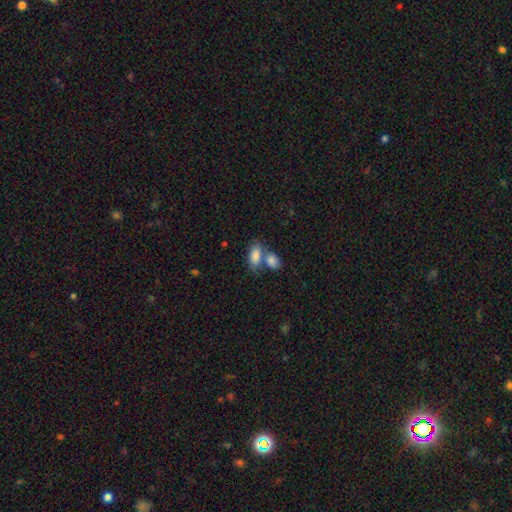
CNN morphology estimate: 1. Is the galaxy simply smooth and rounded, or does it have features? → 82% smooth, 11% featured or disk, 7% star or artifact.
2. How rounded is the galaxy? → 88% in between, 7% cigar-shaped, 5% round.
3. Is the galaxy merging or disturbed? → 47% merger, 39% none, 10% minor disturbance, 4% major disturbance.